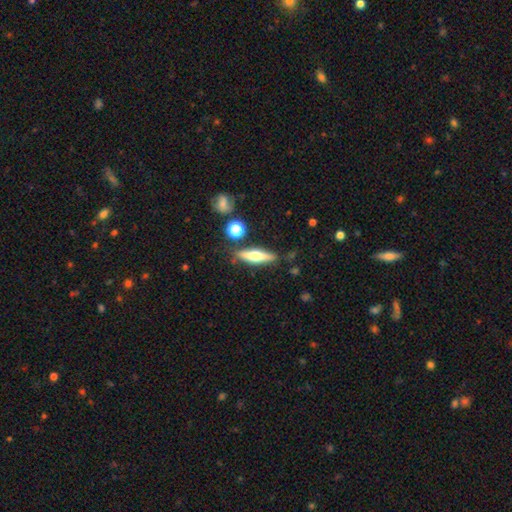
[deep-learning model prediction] Q: Smooth or featured?
A: featured or disk (49%); runner-up: smooth (44%)
Q: Merging?
A: none (81%); runner-up: minor disturbance (11%)